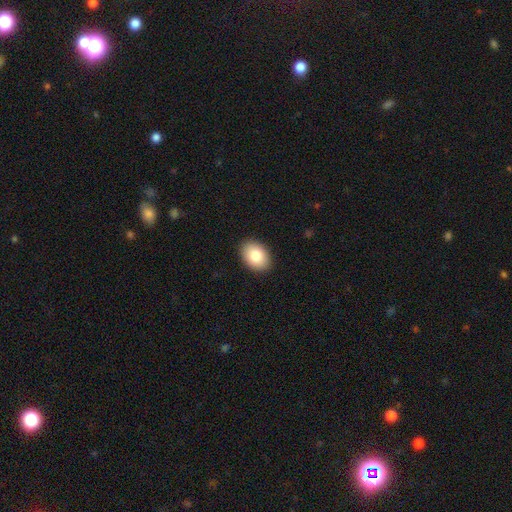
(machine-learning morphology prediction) A smooth galaxy with no disk features (84%) that is in between round and cigar-shaped (81%).

Vote fractions:
- Smooth or featured? smooth: 84% / featured or disk: 9% / star or artifact: 7%
- How rounded? in between: 81% / round: 18% / cigar-shaped: 1%
- Merging? none: 90% / minor disturbance: 7% / major disturbance: 2% / merger: 1%